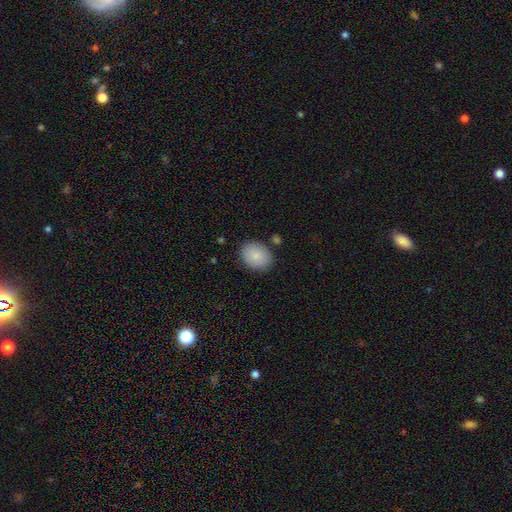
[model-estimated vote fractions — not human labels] A smooth galaxy with no disk features (85%) that is in between round and cigar-shaped (57%). Merging: none (82%).